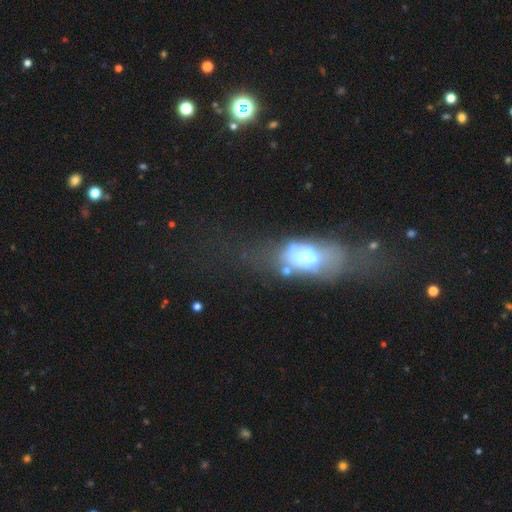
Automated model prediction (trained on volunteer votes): A featured or disk galaxy (43%).

Vote fractions:
- Smooth or featured? featured or disk: 43% / smooth: 40% / star or artifact: 17%
- Merging? none: 44% / major disturbance: 28% / minor disturbance: 21% / merger: 7%